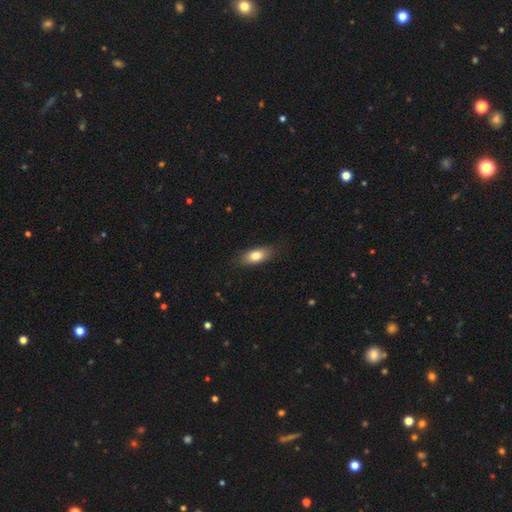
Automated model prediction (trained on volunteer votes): Smooth or featured? smooth (78%)
How rounded? in between (80%)
Merging? none (83%)